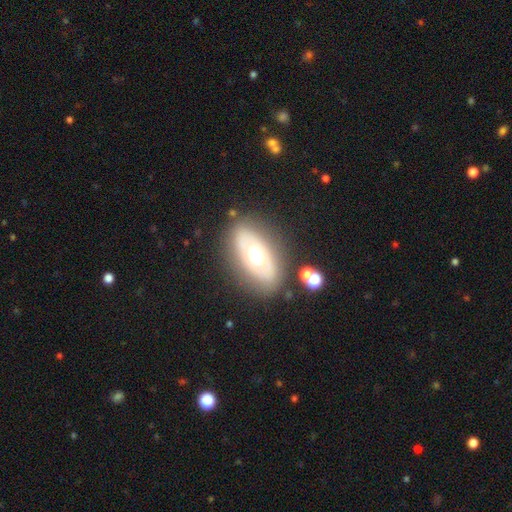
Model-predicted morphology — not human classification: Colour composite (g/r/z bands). It shows a smooth galaxy with no disk features (45%). Merging: none (80%).